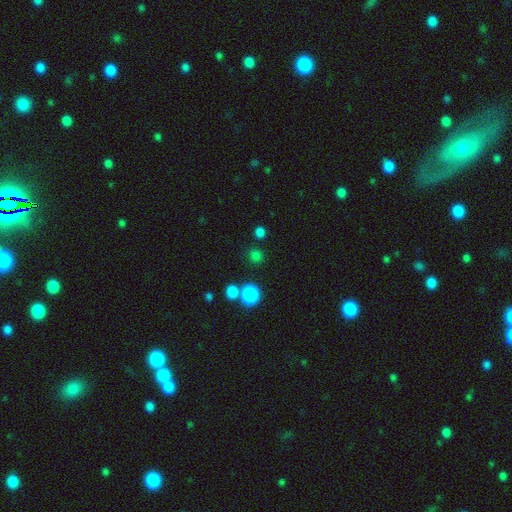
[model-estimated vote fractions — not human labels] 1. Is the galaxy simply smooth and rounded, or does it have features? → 76% smooth, 19% star or artifact, 4% featured or disk.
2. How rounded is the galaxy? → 89% round, 10% in between, 1% cigar-shaped.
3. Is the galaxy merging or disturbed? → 80% none, 9% merger, 7% minor disturbance, 3% major disturbance.